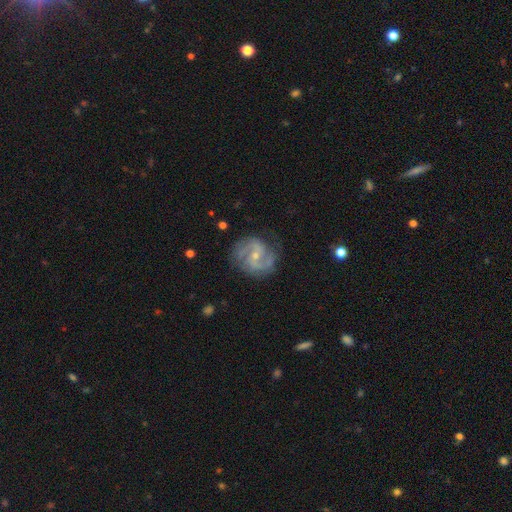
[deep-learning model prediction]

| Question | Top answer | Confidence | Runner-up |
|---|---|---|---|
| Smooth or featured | featured or disk | 88% | smooth (7%) |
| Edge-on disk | no | 98% | yes (2%) |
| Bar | no | 47% | weak (42%) |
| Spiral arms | yes | 97% | no (3%) |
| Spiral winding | medium | 53% | tight (31%) |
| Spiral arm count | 2 | 74% | 3 (12%) |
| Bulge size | small | 67% | moderate (29%) |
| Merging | none | 76% | minor disturbance (17%) |